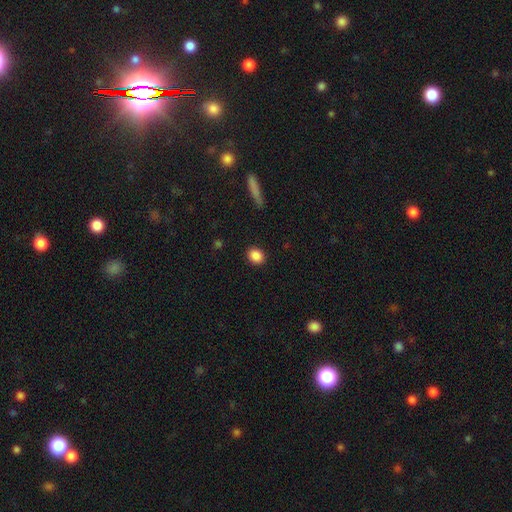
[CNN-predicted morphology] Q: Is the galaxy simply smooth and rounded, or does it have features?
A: smooth — 88%.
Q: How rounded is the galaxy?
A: round — 63%.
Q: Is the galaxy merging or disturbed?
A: none — 89%.